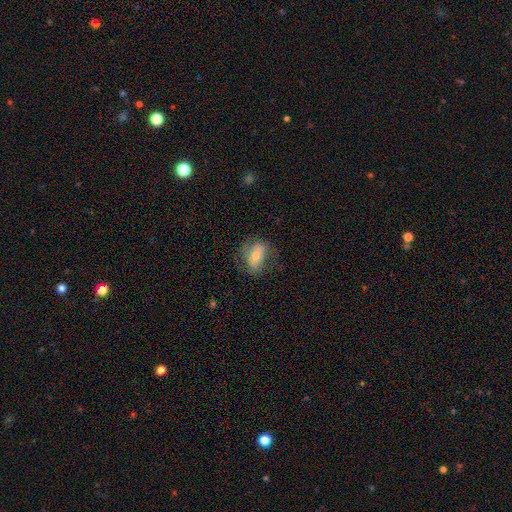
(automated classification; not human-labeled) smooth_or_featured: smooth (p=0.52) [alt: featured or disk p=0.39]
how_rounded: in between (p=0.77) [alt: round p=0.16]
merging: none (p=0.65) [alt: minor disturbance p=0.22]